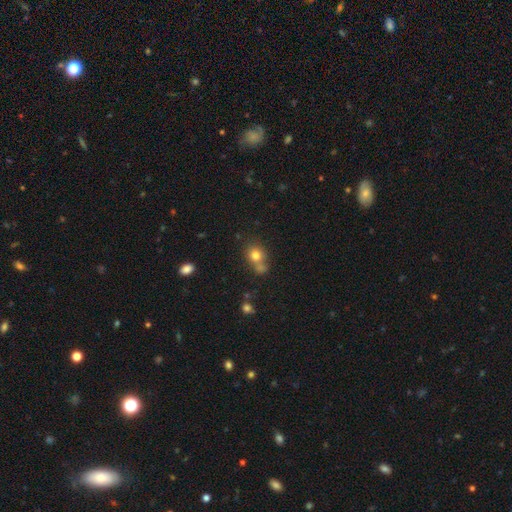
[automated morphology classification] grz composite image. It shows a smooth galaxy with no disk features (77%) that is round (72%). Merging: none (48%).